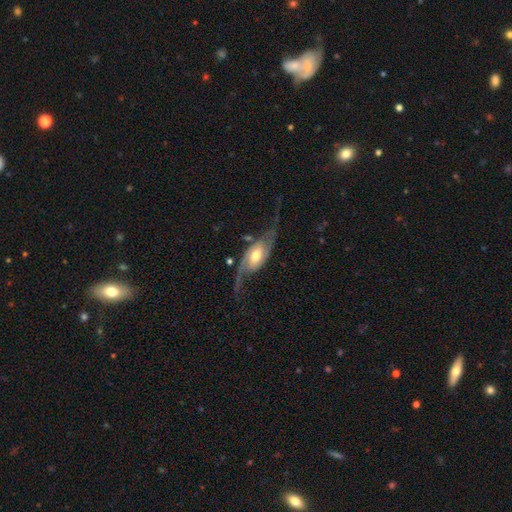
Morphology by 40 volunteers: This is clearly a featured or disk galaxy (90%). It is clearly not viewed edge-on (92%). Bar: possibly weak (45%). Spiral arm pattern: clearly yes (88%). Spiral arm count: clearly 2 (97%). Spiral winding: clearly loose (86%). Central bulge: possibly moderate (58%). Merging: marginally none (38%).